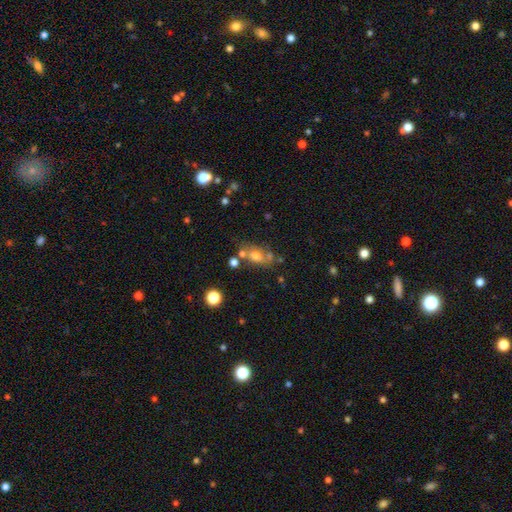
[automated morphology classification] smooth_or_featured: smooth (p=0.65) [alt: featured or disk p=0.21]
how_rounded: in between (p=0.72) [alt: round p=0.24]
merging: none (p=0.51) [alt: merger p=0.21]